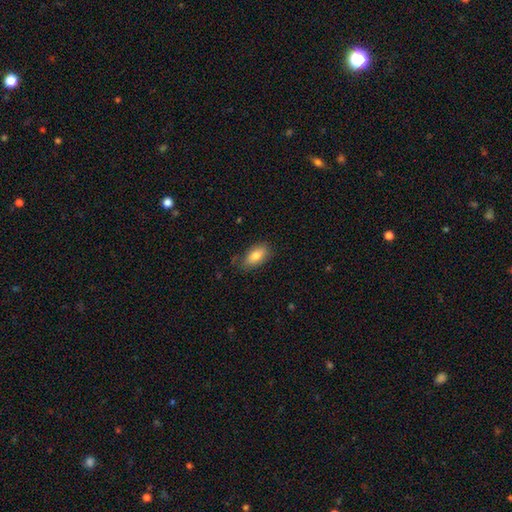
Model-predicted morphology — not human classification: smooth_or_featured: smooth (p=0.80) [alt: featured or disk p=0.12]
how_rounded: in between (p=0.89) [alt: cigar-shaped p=0.07]
merging: none (p=0.78) [alt: minor disturbance p=0.17]